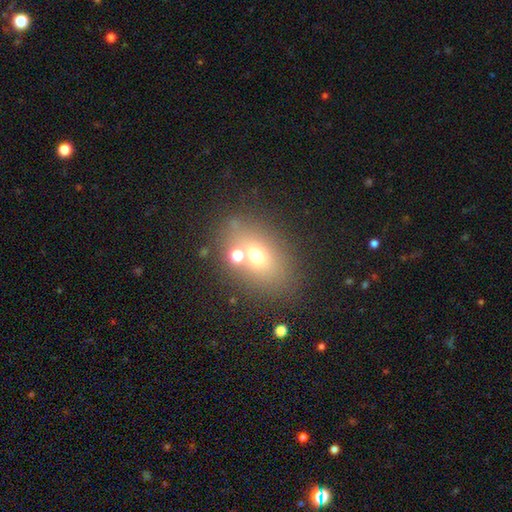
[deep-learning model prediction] smooth_or_featured: smooth (p=0.61) [alt: featured or disk p=0.21]
how_rounded: in between (p=0.67) [alt: round p=0.32]
merging: none (p=0.61) [alt: merger p=0.22]